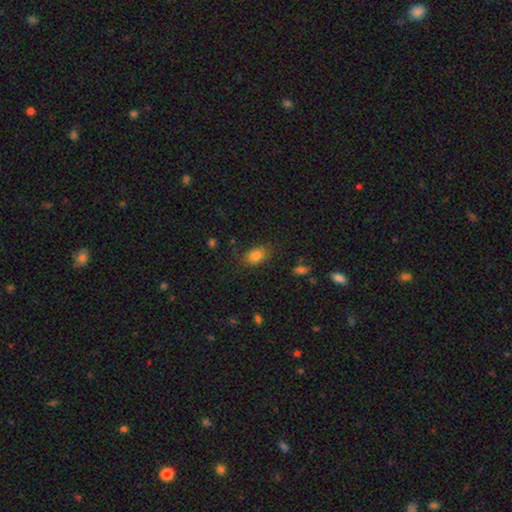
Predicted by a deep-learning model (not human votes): Smooth or featured: smooth — 82% (star or artifact — 10%)
How rounded: in between — 83% (round — 15%)
Merging: none — 76% (minor disturbance — 16%)